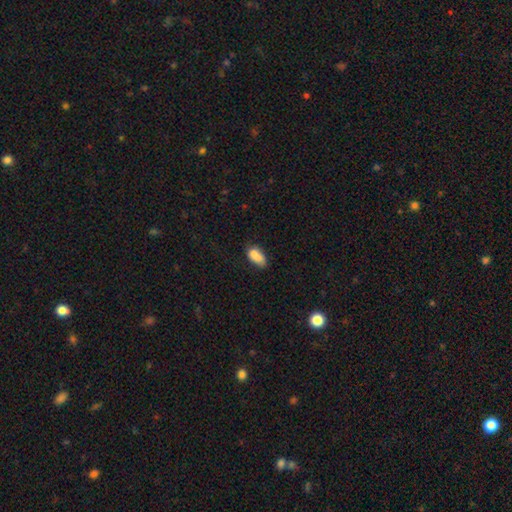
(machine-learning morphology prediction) smooth-or-featured: smooth: 82% | featured or disk: 9% | star or artifact: 9%
  how-rounded: in between: 88% | cigar-shaped: 7% | round: 5%
  merging: none: 53% | minor disturbance: 27% | merger: 12% | major disturbance: 7%